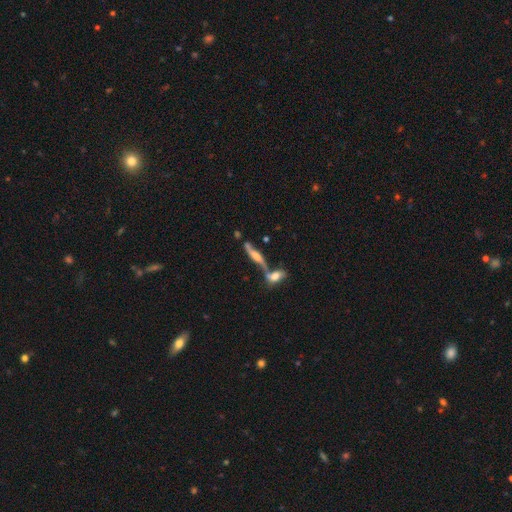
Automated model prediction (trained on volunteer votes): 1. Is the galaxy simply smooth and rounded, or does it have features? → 65% featured or disk, 27% smooth, 8% star or artifact.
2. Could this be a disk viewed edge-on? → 73% yes, 27% no.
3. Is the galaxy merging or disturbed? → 43% none, 39% merger, 12% minor disturbance, 6% major disturbance.